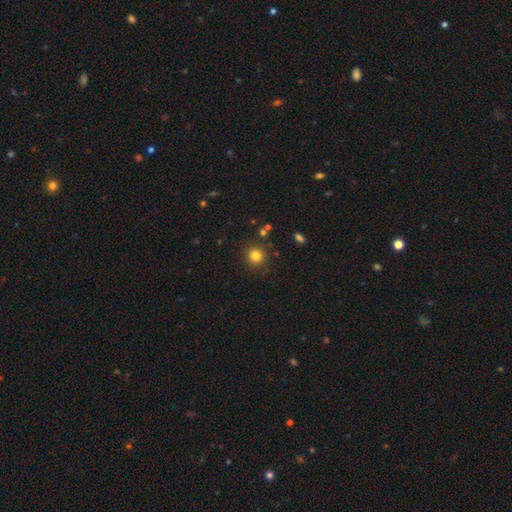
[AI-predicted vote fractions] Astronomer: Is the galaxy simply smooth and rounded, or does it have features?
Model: smooth — 81%.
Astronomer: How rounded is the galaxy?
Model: round — 93%.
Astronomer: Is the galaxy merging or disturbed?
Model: none — 87%.